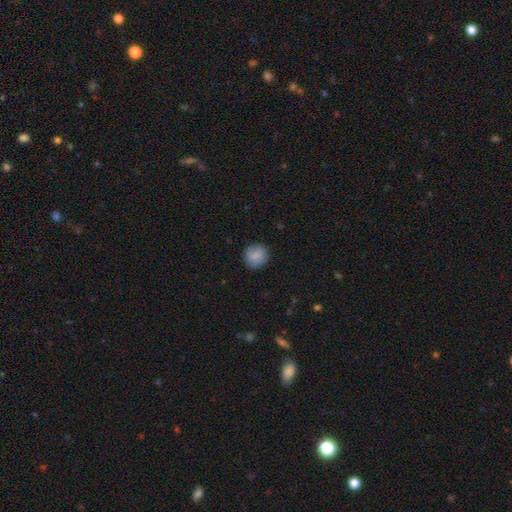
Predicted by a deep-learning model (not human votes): Morphology: type=smooth (85%); roundness=round (87%); merging=none (86%).